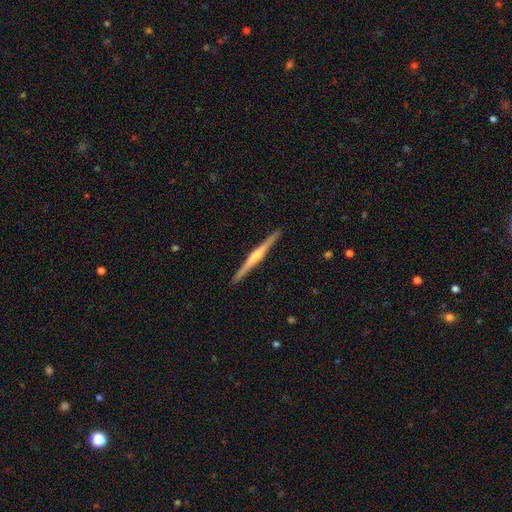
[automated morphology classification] Smooth or featured? featured or disk (80%)
Edge-on disk? yes (99%)
Edge-on bulge? rounded (77%)
Merging? none (93%)